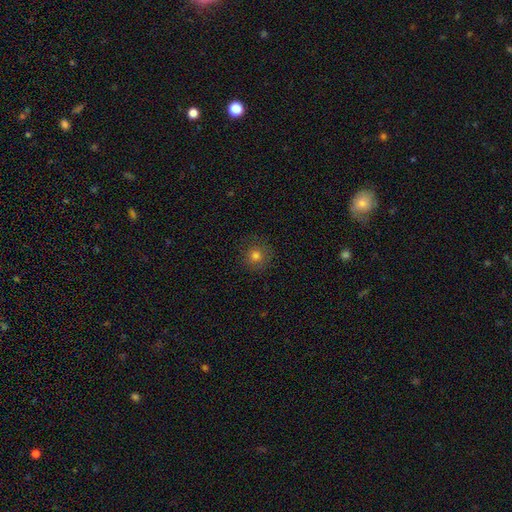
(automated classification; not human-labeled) A smooth galaxy with no disk features (77%) that is round (92%). Merging: none (85%).